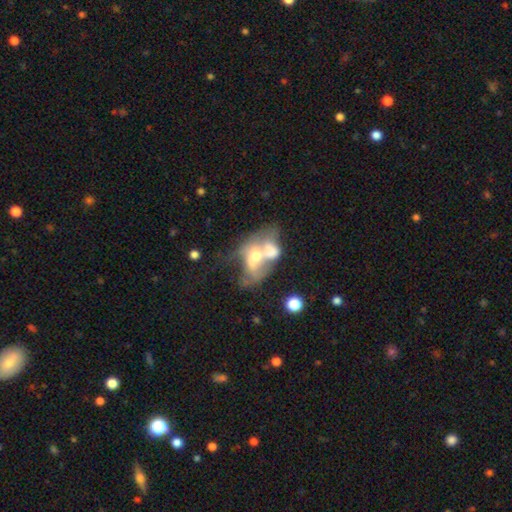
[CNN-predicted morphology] A featured or disk galaxy (49%). Merging: merger (71%).